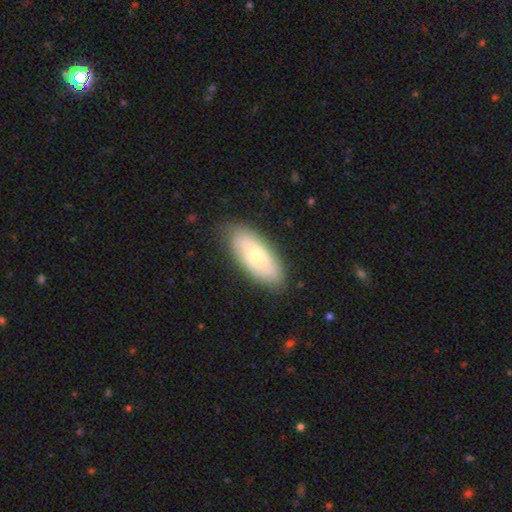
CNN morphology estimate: Smooth or featured: smooth — 64% (featured or disk — 30%)
How rounded: in between — 84% (cigar-shaped — 14%)
Merging: none — 83% (minor disturbance — 13%)